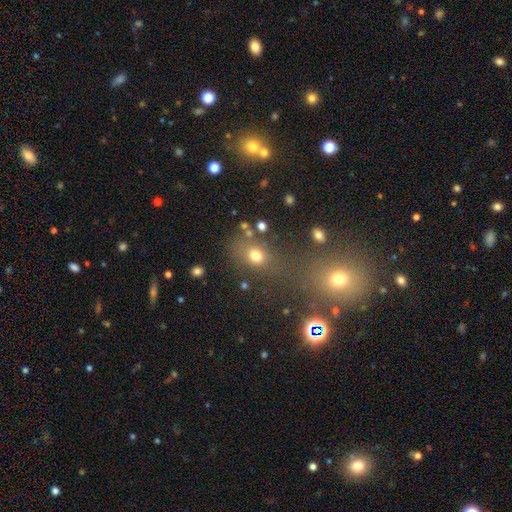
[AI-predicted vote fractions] Overall: smooth (71%). How rounded: round (59%; in between 39%). Merging: none (57%; merger 20%).